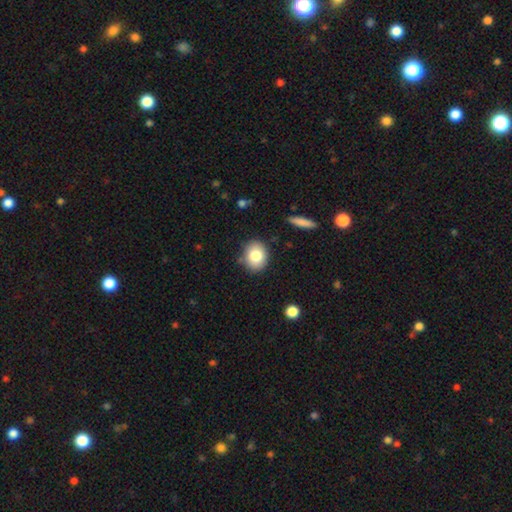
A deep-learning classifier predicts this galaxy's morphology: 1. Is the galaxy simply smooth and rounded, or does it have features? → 81% smooth, 10% featured or disk, 9% star or artifact.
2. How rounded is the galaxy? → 60% round, 39% in between, 1% cigar-shaped.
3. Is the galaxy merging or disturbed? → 82% none, 12% minor disturbance, 3% major disturbance, 2% merger.